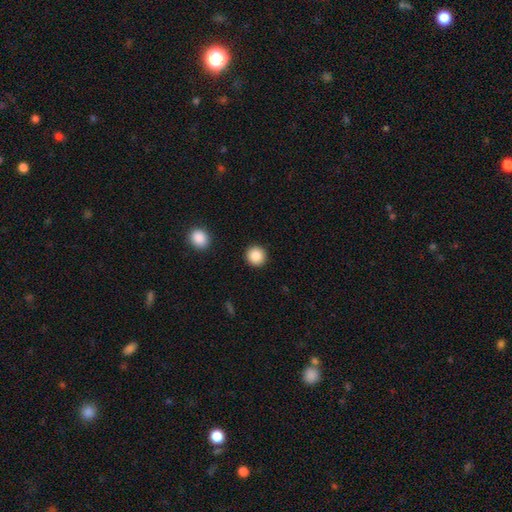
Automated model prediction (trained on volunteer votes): Smooth or featured?
  - smooth: 86% *
  - star or artifact: 9%
  - featured or disk: 5%
How rounded?
  - round: 94% *
  - in between: 5%
  - cigar-shaped: 1%
Merging?
  - none: 92% *
  - minor disturbance: 5%
  - major disturbance: 2%
  - merger: 1%